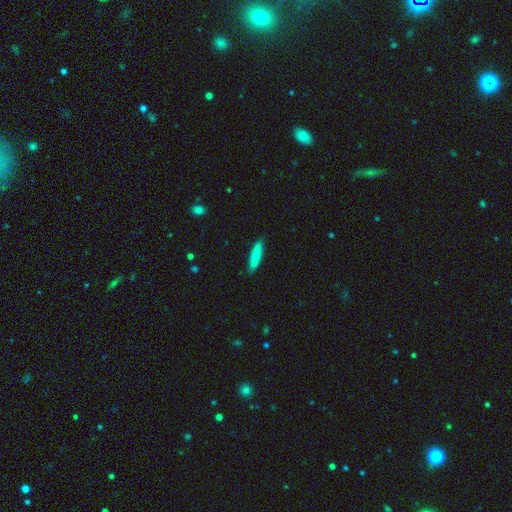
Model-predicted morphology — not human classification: Smooth or featured? Predicted: smooth (p=0.82). How rounded? Predicted: cigar-shaped (p=0.86). Merging? Predicted: none (p=0.86).